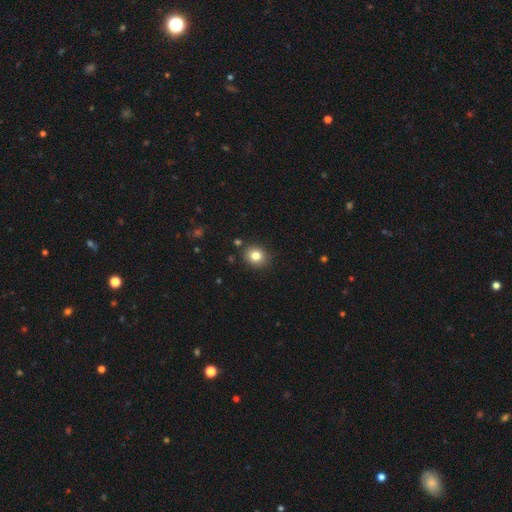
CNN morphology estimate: Smooth or featured: smooth — 82% (star or artifact — 11%)
How rounded: round — 70% (in between — 30%)
Merging: none — 86% (minor disturbance — 9%)